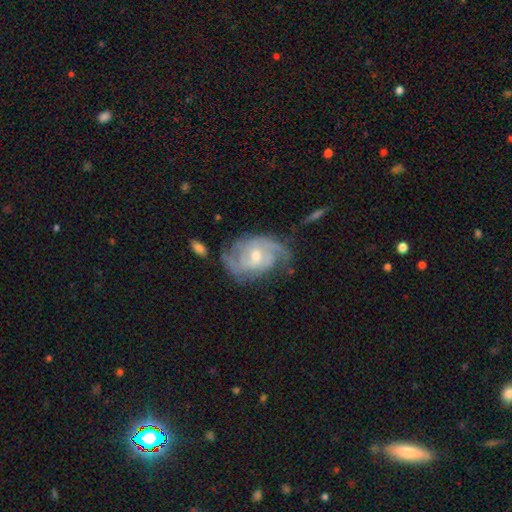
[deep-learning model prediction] Smooth or featured? Predicted: featured or disk (p=0.86). Edge-on disk? Predicted: no (p=0.97). Bar? Predicted: no (p=0.53). Spiral arms? Predicted: yes (p=0.96). Spiral winding? Predicted: tight (p=0.49). Spiral arm count? Predicted: 2 (p=0.41). Bulge size? Predicted: moderate (p=0.56). Merging? Predicted: none (p=0.62).